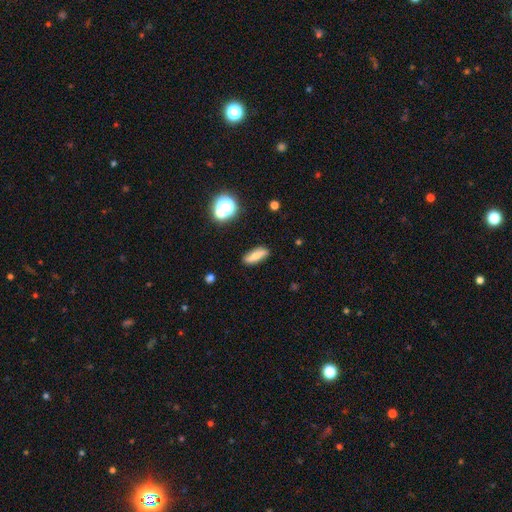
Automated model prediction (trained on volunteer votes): The model was most divided on "how rounded": in between: 49%, cigar-shaped: 47%, round: 4%. More confident: merging — none (86%); smooth or featured — smooth (66%).